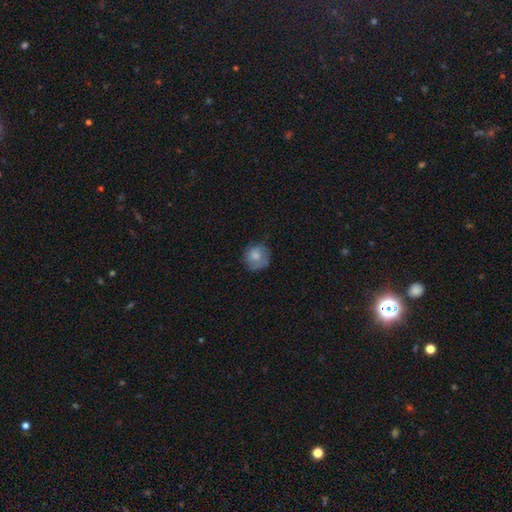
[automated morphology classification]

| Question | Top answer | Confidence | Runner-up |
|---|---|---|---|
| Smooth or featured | smooth | 74% | featured or disk (19%) |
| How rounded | round | 86% | in between (13%) |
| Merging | none | 70% | minor disturbance (22%) |